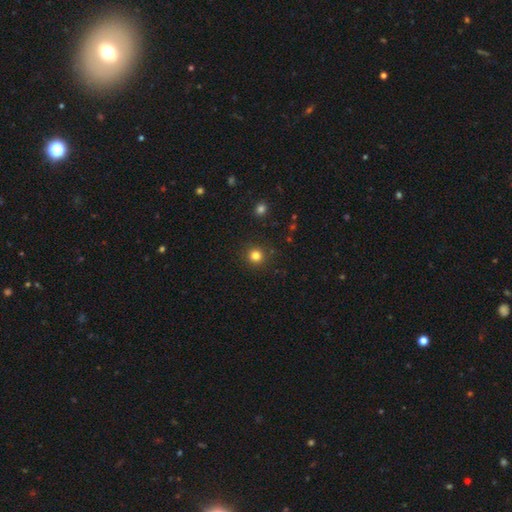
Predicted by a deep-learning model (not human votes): Smooth or featured?
  - smooth: 81% *
  - star or artifact: 14%
  - featured or disk: 5%
How rounded?
  - round: 94% *
  - in between: 5%
  - cigar-shaped: 1%
Merging?
  - none: 91% *
  - minor disturbance: 6%
  - major disturbance: 2%
  - merger: 1%